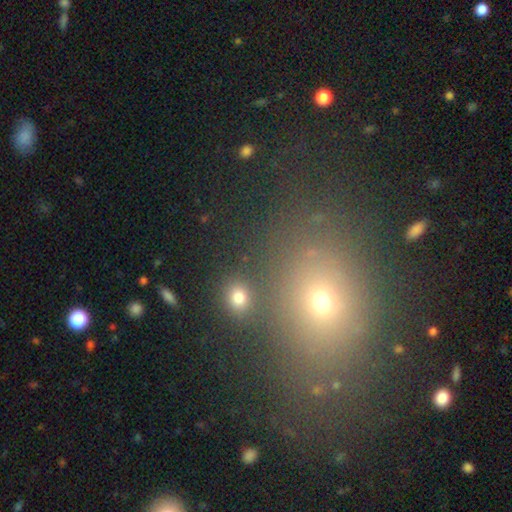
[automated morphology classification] The model was most divided on "how rounded": in between: 54%, round: 44%, cigar-shaped: 2%. More confident: merging — none (78%); smooth or featured — smooth (57%).